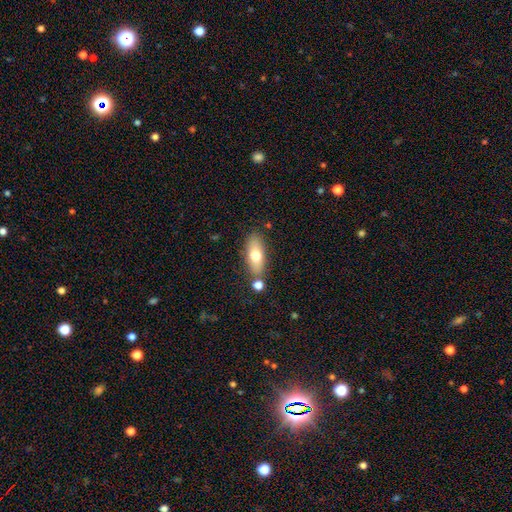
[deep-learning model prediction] A smooth galaxy with no disk features (68%) that is in between round and cigar-shaped (71%).

Vote fractions:
- Smooth or featured? smooth: 68% / featured or disk: 25% / star or artifact: 7%
- How rounded? in between: 71% / cigar-shaped: 25% / round: 4%
- Merging? none: 75% / minor disturbance: 13% / merger: 9% / major disturbance: 3%